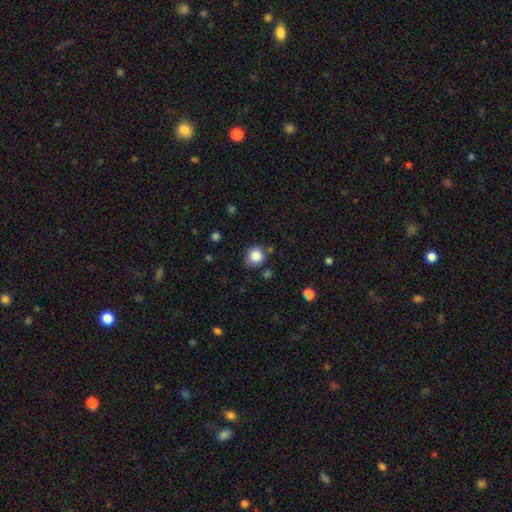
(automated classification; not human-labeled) Morphology: type=smooth (85%); roundness=round (89%); merging=none (78%).